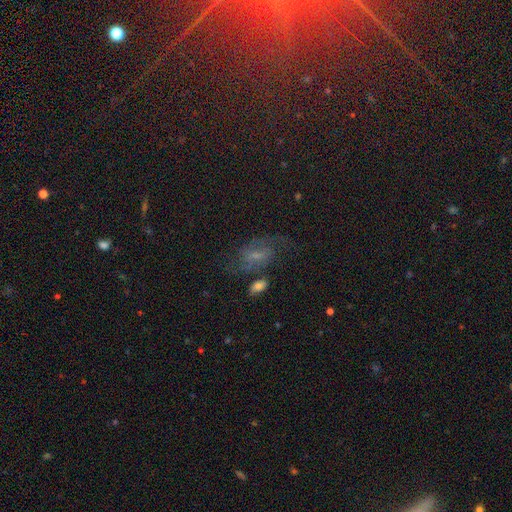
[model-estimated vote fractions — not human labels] featured or disk 53%, smooth 24%, star or artifact 23%. Down the decision tree: edge-on disk — no (94%); bar — weak (50%); spiral arms — yes (82%); bulge size — small (51%); merging — none (57%).